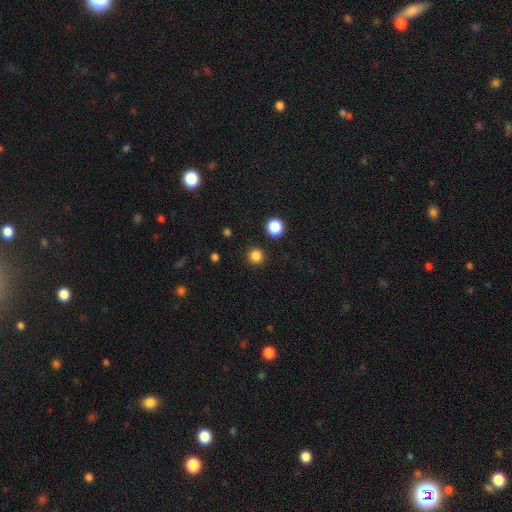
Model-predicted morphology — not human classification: This appears to be a smooth galaxy with no disk features (84%) that is round (94%). Merging: none (91%).